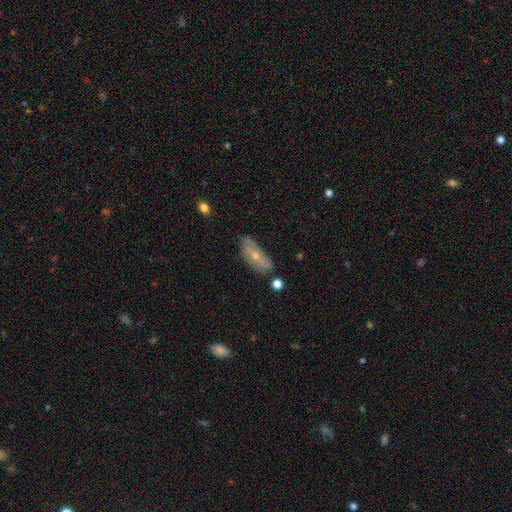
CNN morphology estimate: Smooth or featured? featured or disk (49%)
Merging? none (65%)